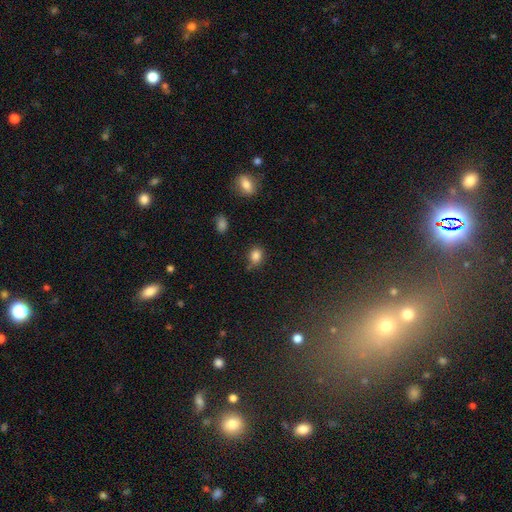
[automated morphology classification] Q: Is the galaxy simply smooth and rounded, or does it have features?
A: smooth — 83%.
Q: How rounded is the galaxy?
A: in between — 51%.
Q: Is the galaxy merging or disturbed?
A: none — 70%.